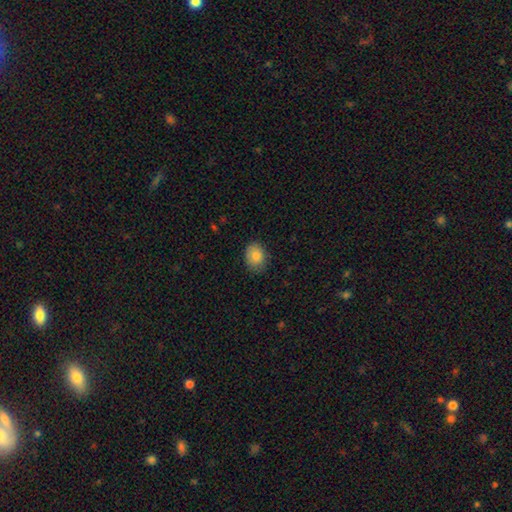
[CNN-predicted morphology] A smooth galaxy with no disk features (84%) that is in between round and cigar-shaped (58%).

Vote fractions:
- Smooth or featured? smooth: 84% / star or artifact: 8% / featured or disk: 8%
- How rounded? in between: 58% / round: 41% / cigar-shaped: 1%
- Merging? none: 83% / minor disturbance: 14% / major disturbance: 3% / merger: 1%